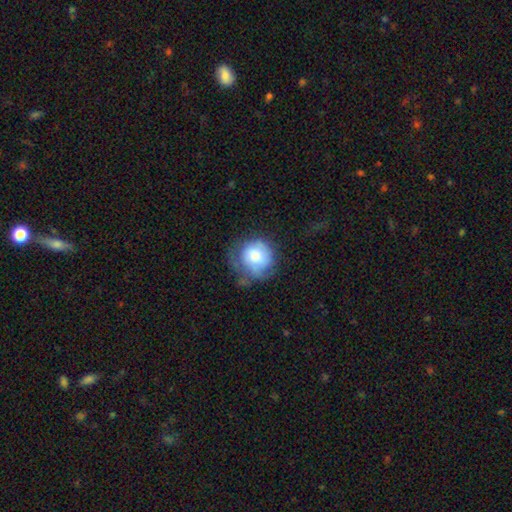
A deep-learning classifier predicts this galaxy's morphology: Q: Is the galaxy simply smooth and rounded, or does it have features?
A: smooth — 61%.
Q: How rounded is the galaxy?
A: round — 85%.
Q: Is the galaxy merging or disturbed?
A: none — 45%.